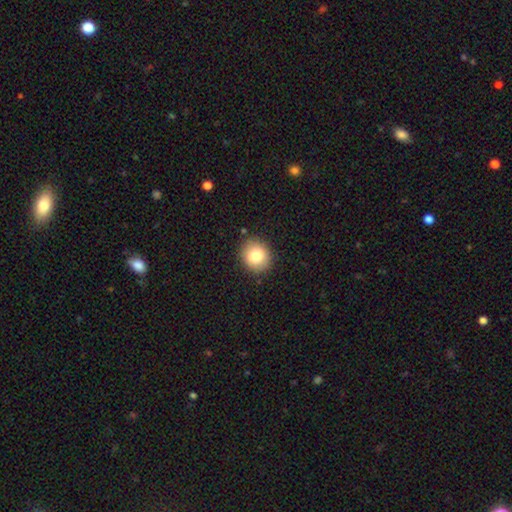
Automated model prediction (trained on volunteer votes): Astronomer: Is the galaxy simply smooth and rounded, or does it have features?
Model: smooth — 82%.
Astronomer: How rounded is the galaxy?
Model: round — 78%.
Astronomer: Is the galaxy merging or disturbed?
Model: none — 88%.